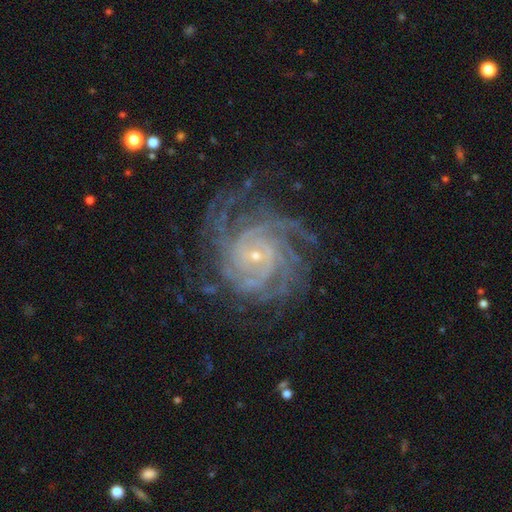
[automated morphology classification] This is clearly a featured or disk galaxy (91%). It is clearly not viewed edge-on (98%). Bar: likely no (66%). Spiral arm pattern: clearly yes (98%). Spiral arm count: marginally more than 4 (27%, tied with 4). Spiral winding: likely tight (75%). Central bulge: clearly small (83%). Merging: likely none (72%).